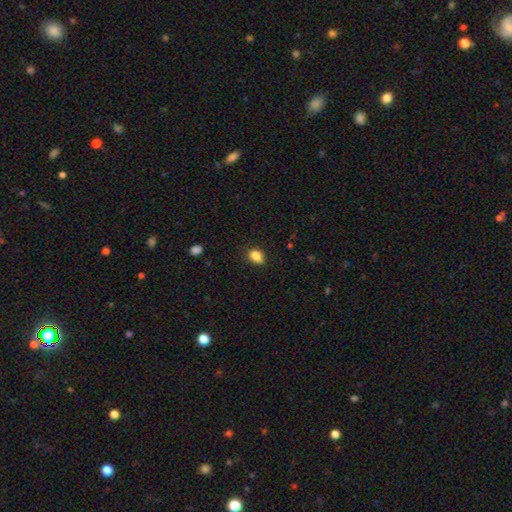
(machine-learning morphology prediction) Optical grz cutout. It shows a smooth galaxy with no disk features (84%) that is in between round and cigar-shaped (60%). Merging: none (67%).